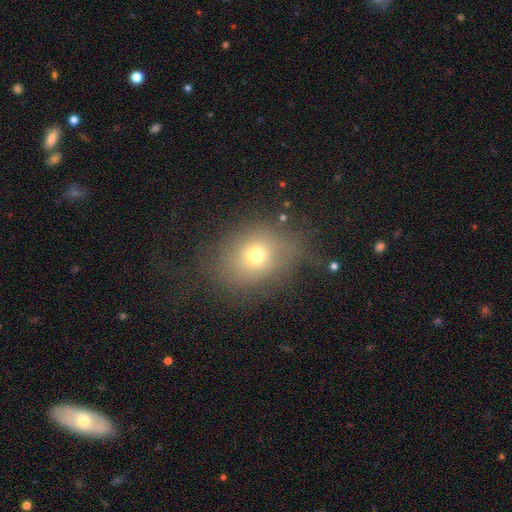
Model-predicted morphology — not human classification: A smooth galaxy with no disk features (67%) that is round (55%).

Vote fractions:
- Smooth or featured? smooth: 67% / star or artifact: 17% / featured or disk: 16%
- How rounded? round: 55% / in between: 44% / cigar-shaped: 1%
- Merging? none: 62% / minor disturbance: 22% / major disturbance: 14% / merger: 2%